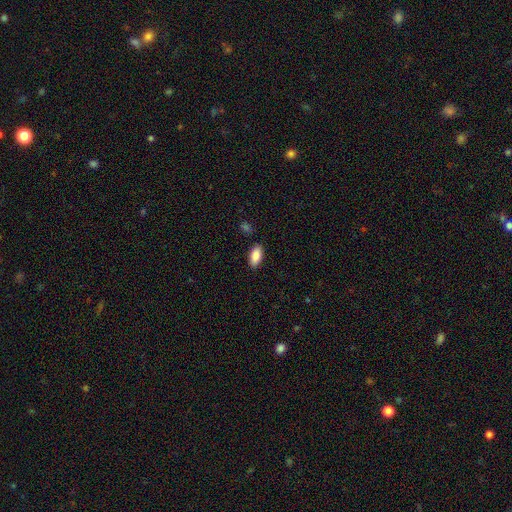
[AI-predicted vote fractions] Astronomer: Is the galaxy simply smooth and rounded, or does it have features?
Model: smooth — 88%.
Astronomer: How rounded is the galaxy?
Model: in between — 91%.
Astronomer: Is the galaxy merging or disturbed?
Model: none — 88%.